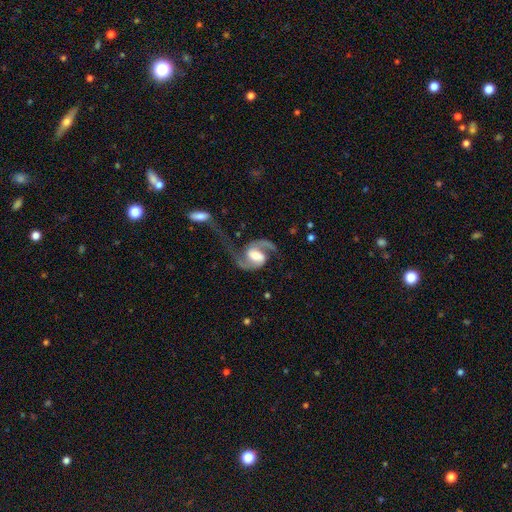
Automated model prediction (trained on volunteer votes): This appears to be a featured or disk galaxy (91%) with a weak bar (47%), 2 (91%) medium (46%) spiral arms (98%) and a moderate central bulge (53%). Merging: none (47%).